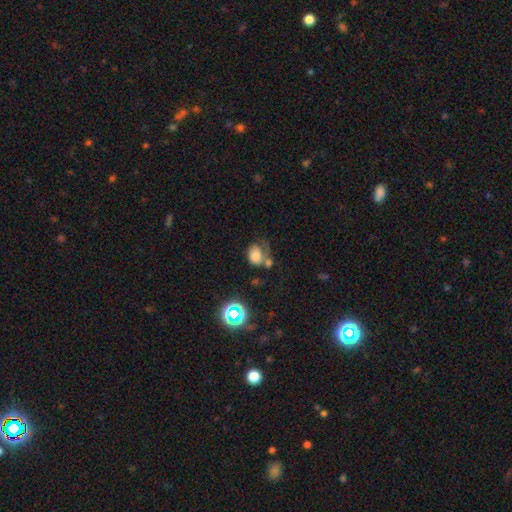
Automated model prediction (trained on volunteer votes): smooth_or_featured: smooth (p=0.69) [alt: featured or disk p=0.17]
how_rounded: in between (p=0.58) [alt: round p=0.41]
merging: none (p=0.31) [alt: major disturbance p=0.24]